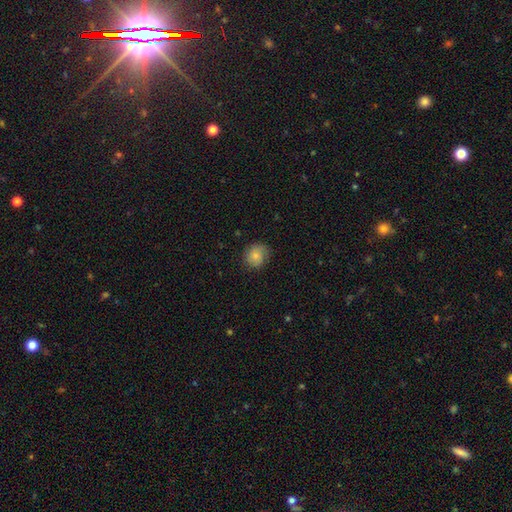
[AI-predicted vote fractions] Smooth or featured: smooth — 75% (featured or disk — 17%)
How rounded: round — 83% (in between — 16%)
Merging: none — 74% (minor disturbance — 20%)